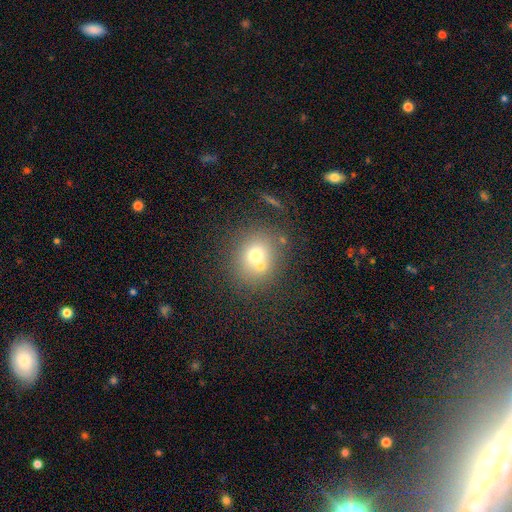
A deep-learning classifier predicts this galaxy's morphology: A smooth galaxy with no disk features (66%) that is round (80%). Merging: none (54%).